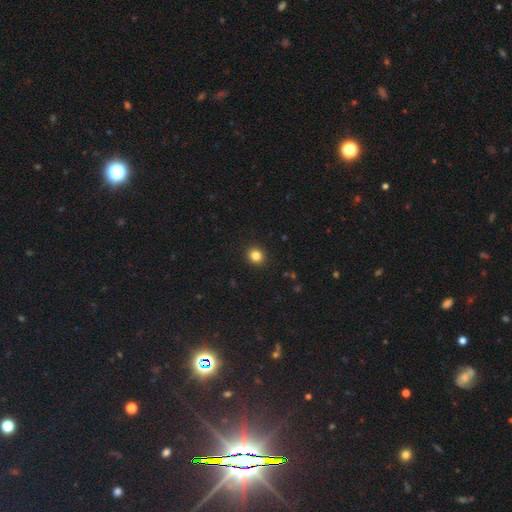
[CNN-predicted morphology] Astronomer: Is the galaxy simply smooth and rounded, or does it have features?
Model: smooth — 83%.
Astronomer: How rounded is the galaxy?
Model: round — 84%.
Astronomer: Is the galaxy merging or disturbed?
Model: none — 92%.